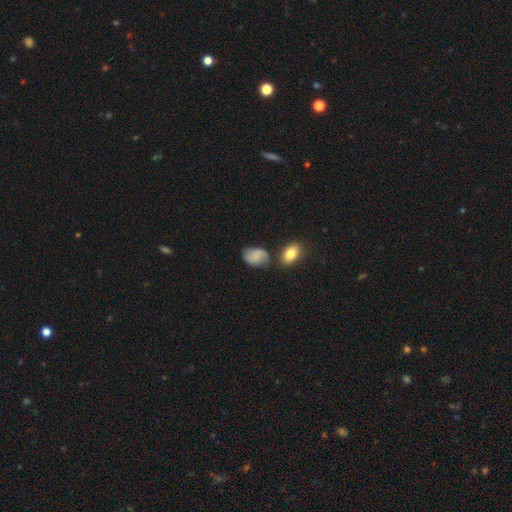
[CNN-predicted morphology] Smooth or featured: smooth — 68% (featured or disk — 22%)
How rounded: in between — 82% (round — 16%)
Merging: none — 59% (minor disturbance — 25%)